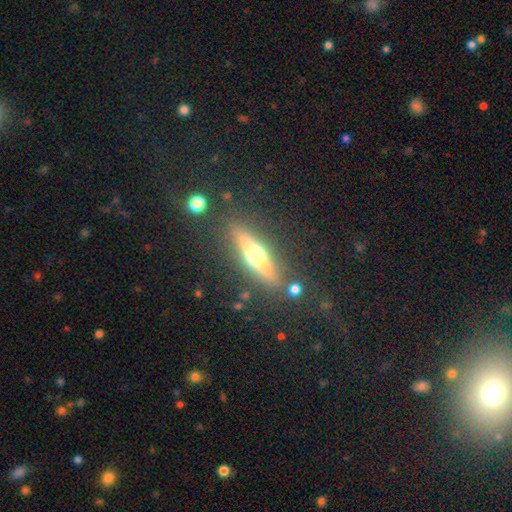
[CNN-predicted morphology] smooth-or-featured: featured or disk: 61% | smooth: 30% | star or artifact: 9%
  disk-edge-on: yes: 92% | no: 8%
    edge-on-bulge: rounded: 95% | boxy: 3% | none: 2%
  merging: none: 84% | minor disturbance: 9% | merger: 3% | major disturbance: 3%